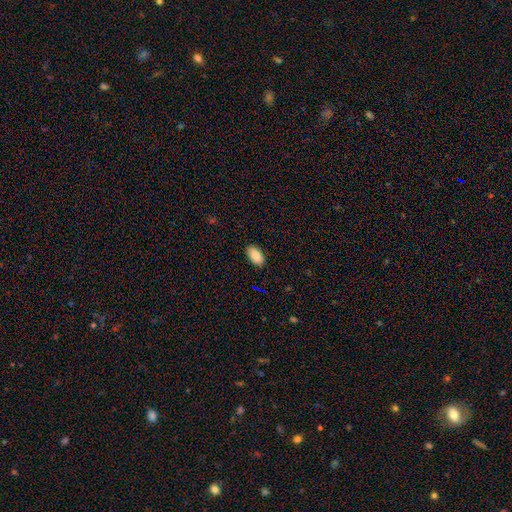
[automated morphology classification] smooth-or-featured: smooth: 86% | star or artifact: 8% | featured or disk: 6%
  how-rounded: in between: 94% | round: 5% | cigar-shaped: 2%
  merging: none: 88% | minor disturbance: 9% | major disturbance: 2% | merger: 1%